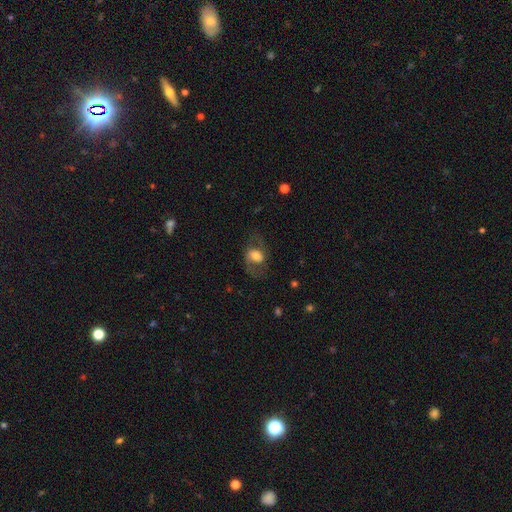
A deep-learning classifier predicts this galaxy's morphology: The model was most divided on "smooth or featured": featured or disk: 48%, smooth: 44%, star or artifact: 8%. More confident: merging — none (63%).